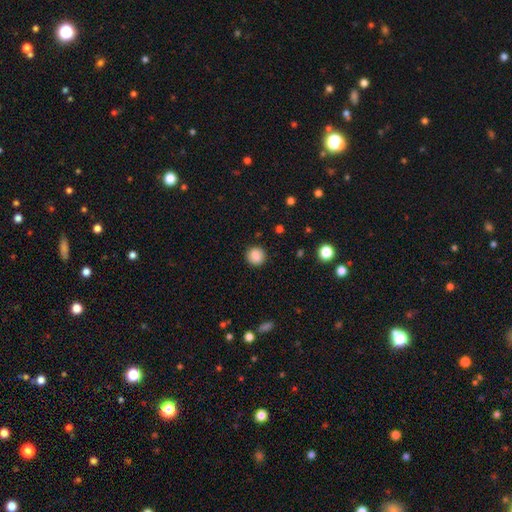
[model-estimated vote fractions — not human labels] This appears to be a smooth galaxy with no disk features (86%) that is round (90%). Merging: none (89%).